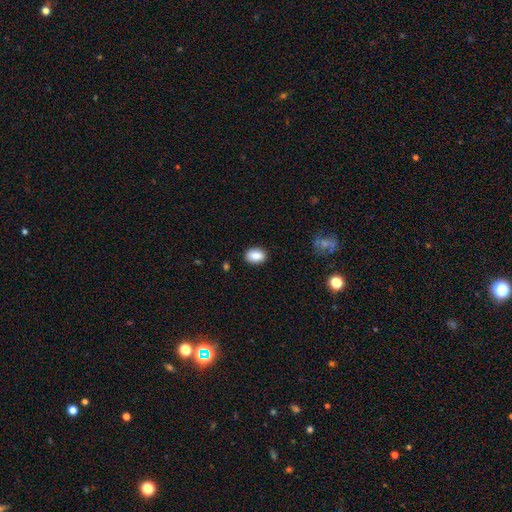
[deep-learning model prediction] This appears to be a smooth galaxy with no disk features (87%) that is in between round and cigar-shaped (84%). Merging: none (87%).